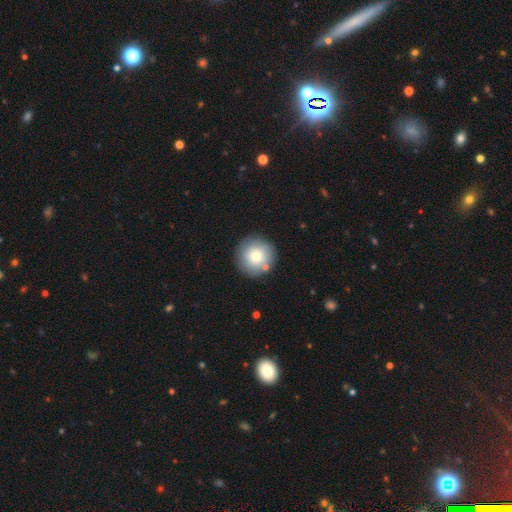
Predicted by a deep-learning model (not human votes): A smooth galaxy with no disk features (76%) that is round (95%). Merging: none (83%).